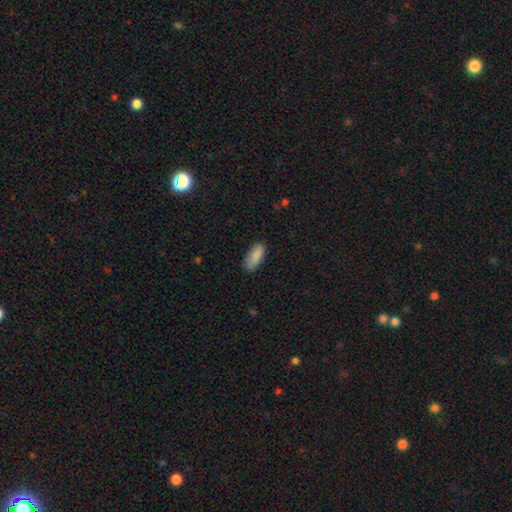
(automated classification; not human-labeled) smooth 88%, star or artifact 6%, featured or disk 6%. Down the decision tree: how rounded — in between (84%); merging — none (79%).